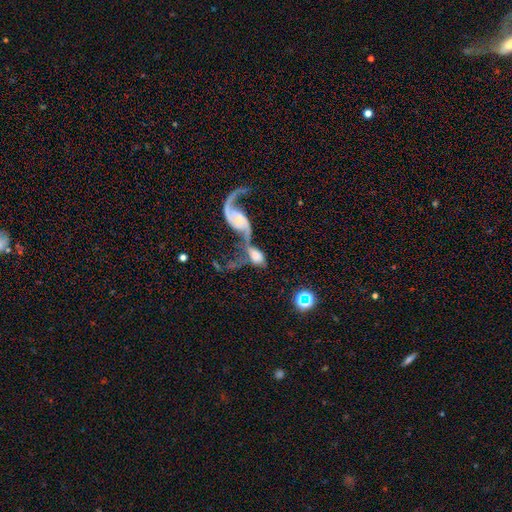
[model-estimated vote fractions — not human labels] A featured or disk galaxy (60%) with no bar (62%), spiral arms (76%) and a small central bulge (36%).

Vote fractions:
- Smooth or featured? featured or disk: 60% / smooth: 31% / star or artifact: 10%
- Edge-on disk? no: 92% / yes: 8%
- Bar? no: 62% / weak: 26% / strong: 12%
- Spiral arms? yes: 76% / no: 24%
- Bulge size? small: 36% / none: 26% / moderate: 19% / large: 13% / dominant: 6%
- Merging? merger: 71% / major disturbance: 14% / none: 10% / minor disturbance: 6%